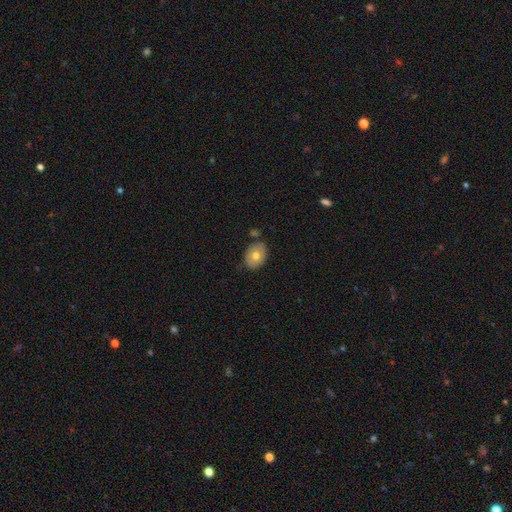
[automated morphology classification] A smooth galaxy with no disk features (69%) that is in between round and cigar-shaped (70%). Merging: none (76%).